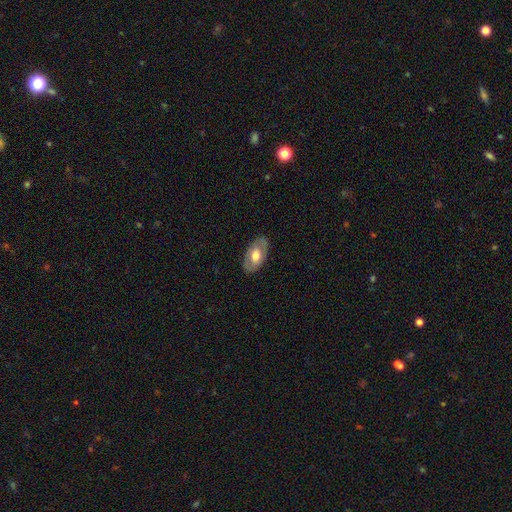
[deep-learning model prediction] Overall: featured or disk (48%; smooth 47%). Merging: none (83%).